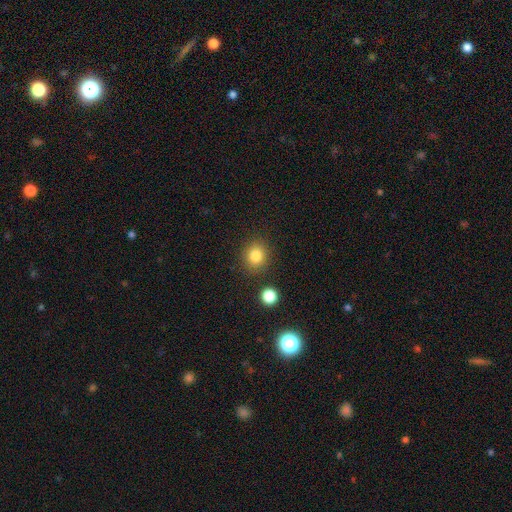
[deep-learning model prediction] Smooth or featured? smooth (83%)
How rounded? round (83%)
Merging? none (86%)